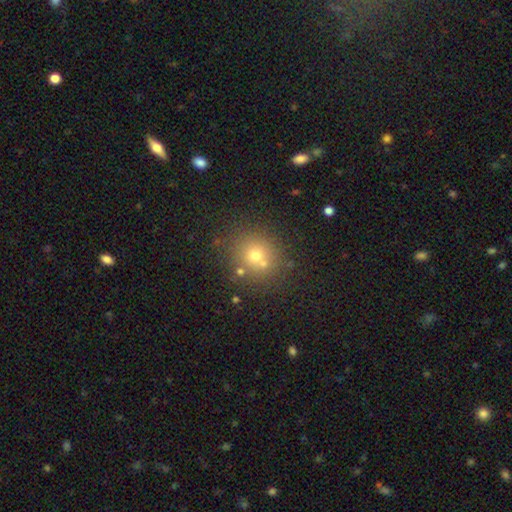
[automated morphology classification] smooth-or-featured: smooth: 65% | star or artifact: 20% | featured or disk: 15%
  how-rounded: round: 87% | in between: 12% | cigar-shaped: 1%
  merging: none: 68% | merger: 20% | minor disturbance: 9% | major disturbance: 3%